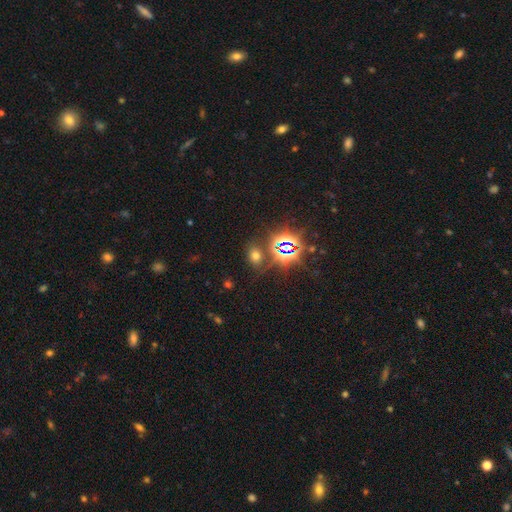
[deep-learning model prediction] The model was most divided on "smooth or featured": smooth: 50%, star or artifact: 42%, featured or disk: 8%. More confident: merging — none (78%); how rounded — in between (65%).